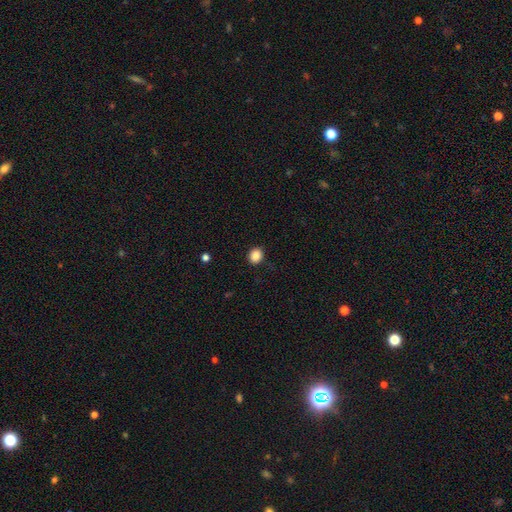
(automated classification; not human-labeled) Smooth or featured? Predicted: smooth (p=0.87). How rounded? Predicted: round (p=0.70). Merging? Predicted: none (p=0.89).